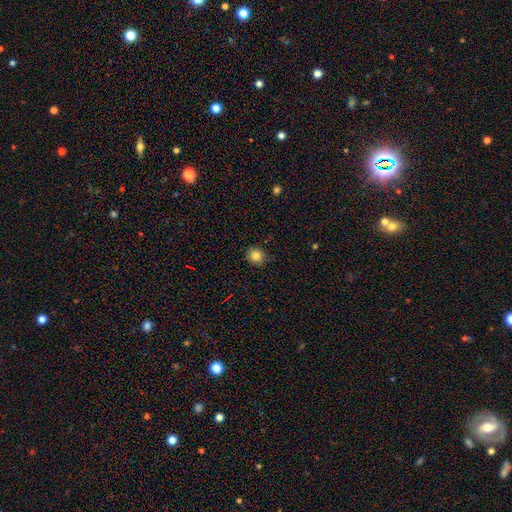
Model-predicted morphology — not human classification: A smooth galaxy with no disk features (83%) that is round (83%). Merging: none (84%).